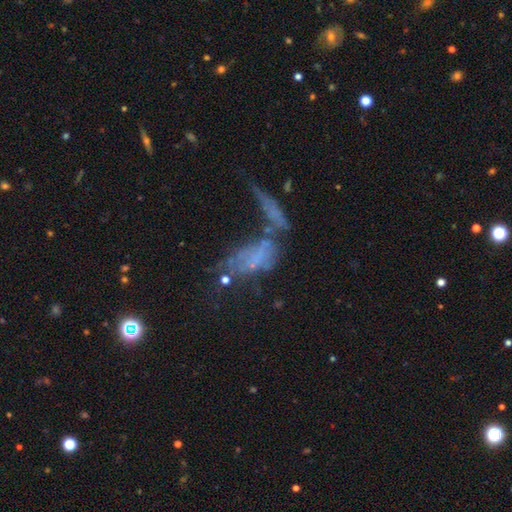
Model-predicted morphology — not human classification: This is marginally a featured or disk galaxy (43%). Merging: marginally merger (45%).